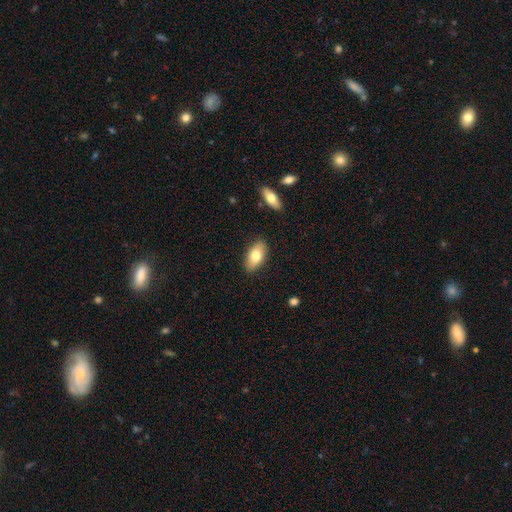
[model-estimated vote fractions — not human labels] smooth 78%, featured or disk 16%, star or artifact 6%. Down the decision tree: how rounded — in between (92%); merging — none (86%).